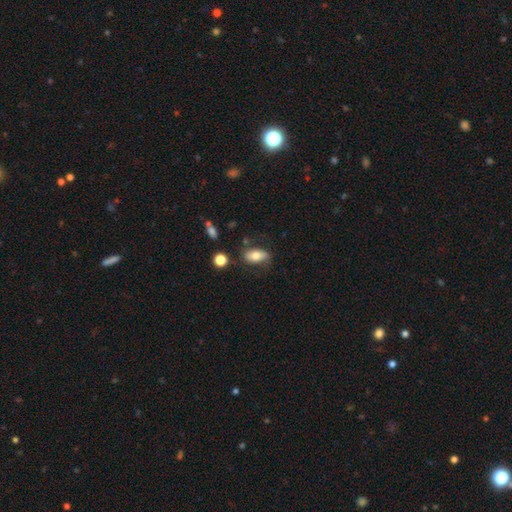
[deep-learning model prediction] smooth_or_featured: smooth (p=0.70) [alt: featured or disk p=0.23]
how_rounded: in between (p=0.85) [alt: cigar-shaped p=0.09]
merging: none (p=0.69) [alt: minor disturbance p=0.20]